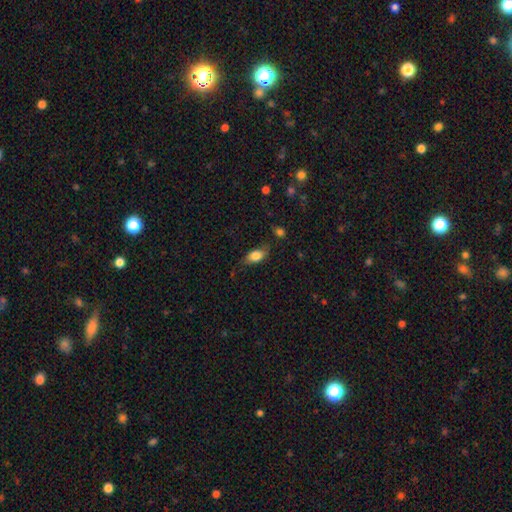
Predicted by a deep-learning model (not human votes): smooth 77%, featured or disk 15%, star or artifact 7%. Down the decision tree: how rounded — in between (85%); merging — none (66%).